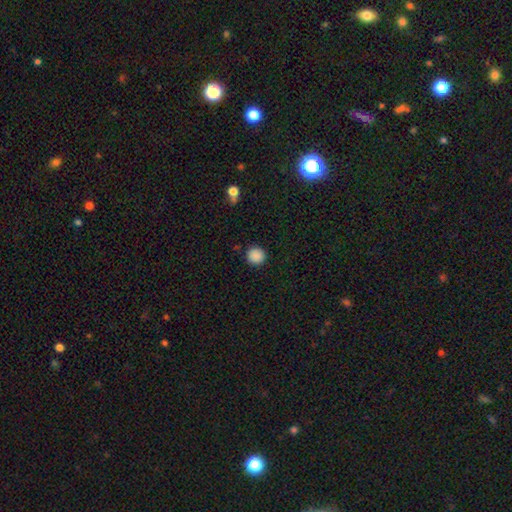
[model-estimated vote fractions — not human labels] smooth 88%, star or artifact 9%, featured or disk 3%. Down the decision tree: how rounded — round (94%); merging — none (91%).